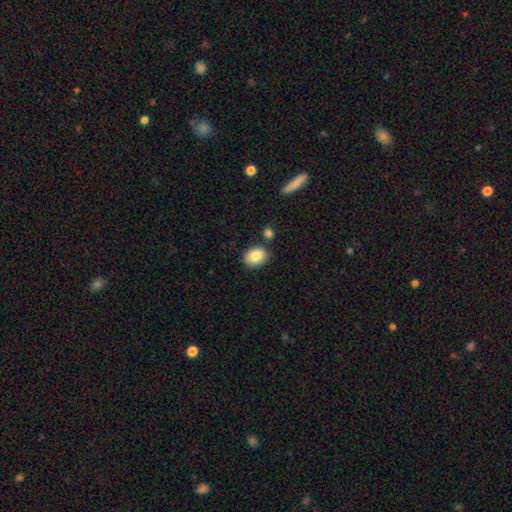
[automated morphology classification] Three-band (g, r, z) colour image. It shows a smooth galaxy with no disk features (85%) that is in between round and cigar-shaped (61%). Merging: none (77%).